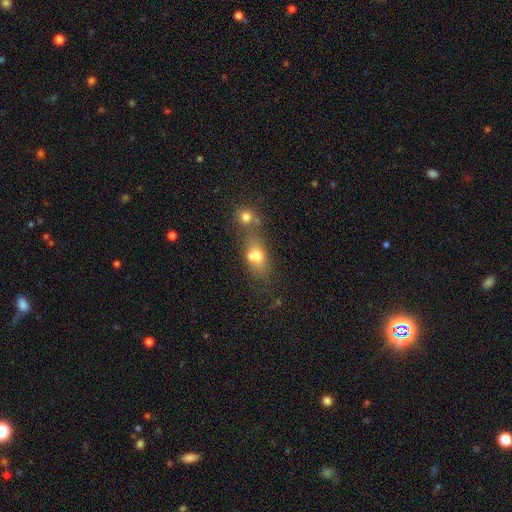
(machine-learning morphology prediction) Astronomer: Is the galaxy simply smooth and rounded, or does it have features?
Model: smooth — 68%.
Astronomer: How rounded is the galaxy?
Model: in between — 68%.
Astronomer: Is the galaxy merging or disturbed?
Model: merger — 46% (runner-up: none, 35%).